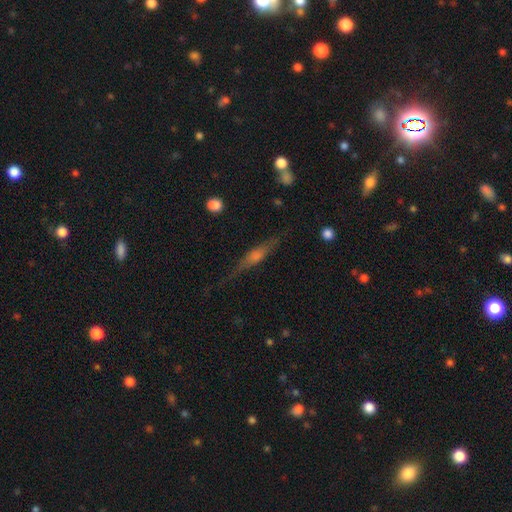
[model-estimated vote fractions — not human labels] smooth-or-featured: featured or disk: 63% | smooth: 27% | star or artifact: 9%
  disk-edge-on: yes: 94% | no: 6%
    edge-on-bulge: rounded: 71% | boxy: 17% | none: 12%
  merging: none: 77% | minor disturbance: 16% | major disturbance: 5% | merger: 2%